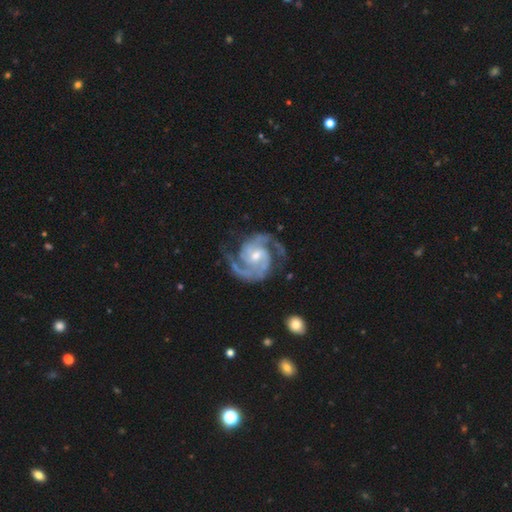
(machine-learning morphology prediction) type=featured or disk (94%); edge-on=no (98%); bar=no (47%); spiral arms=yes (99%); winding=medium (57%); arm count=2 (77%); bulge=moderate (51%); merging=none (74%).